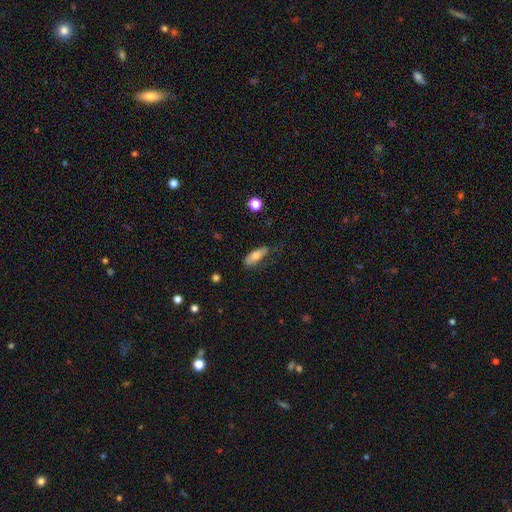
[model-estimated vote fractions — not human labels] This is likely a smooth galaxy (72%). How rounded: likely in between (71%). Merging: likely none (69%).